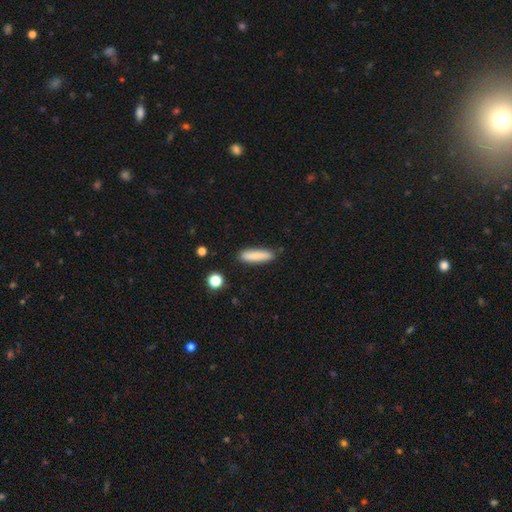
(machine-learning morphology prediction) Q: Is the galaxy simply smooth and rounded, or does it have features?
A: smooth — 81%.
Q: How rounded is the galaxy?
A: cigar-shaped — 76%.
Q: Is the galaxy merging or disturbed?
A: none — 86%.